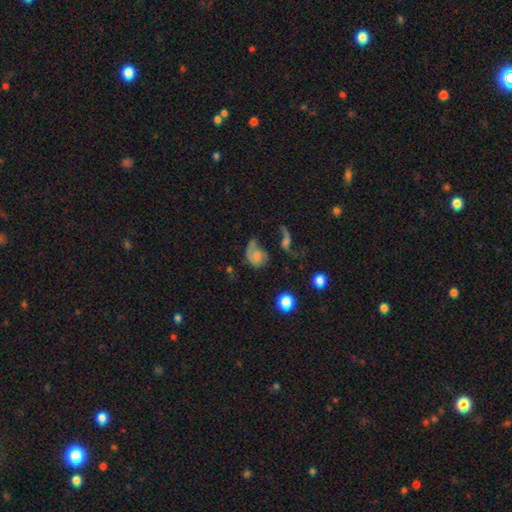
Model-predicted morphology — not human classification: A featured or disk galaxy (45%).

Vote fractions:
- Smooth or featured? featured or disk: 45% / smooth: 43% / star or artifact: 12%
- Merging? major disturbance: 36% / none: 28% / minor disturbance: 20% / merger: 16%